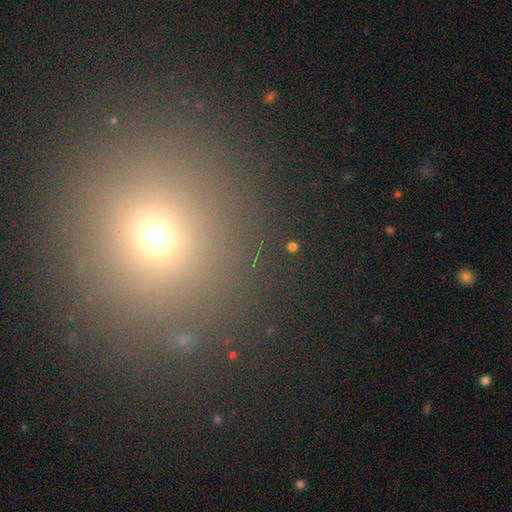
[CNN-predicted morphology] This is likely a smooth galaxy (62%). How rounded: clearly round (88%). Merging: clearly none (88%).